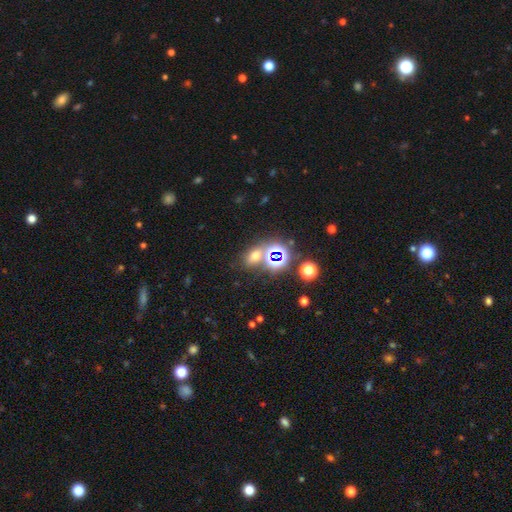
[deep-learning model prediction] Morphology: type=smooth (50%); merging=none (66%).